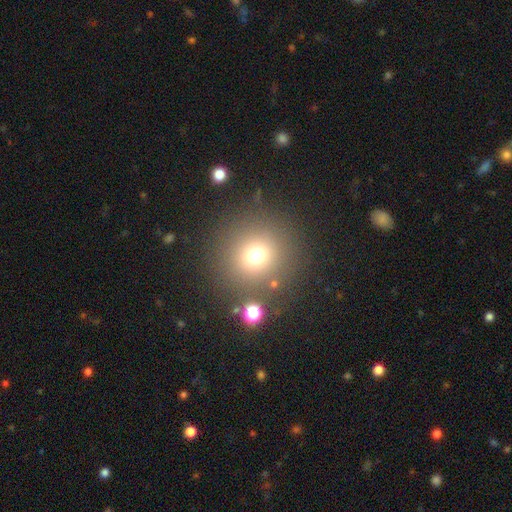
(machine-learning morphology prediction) type=smooth (71%); roundness=round (94%); merging=none (84%).